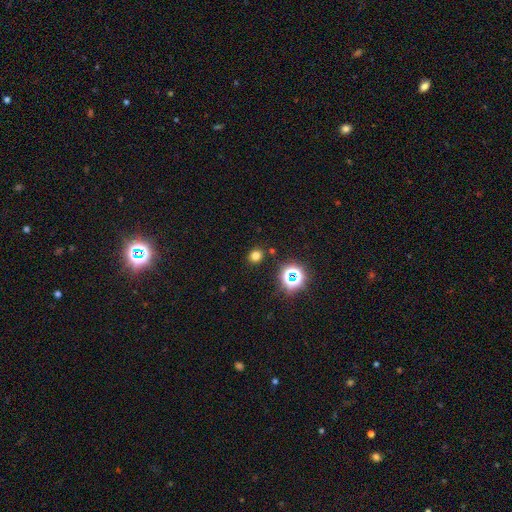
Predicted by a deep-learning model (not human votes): Smooth or featured: smooth — 71% (star or artifact — 23%)
How rounded: round — 73% (in between — 26%)
Merging: none — 87% (minor disturbance — 8%)